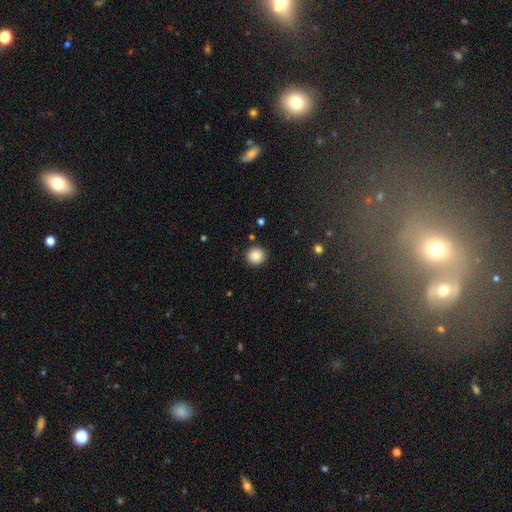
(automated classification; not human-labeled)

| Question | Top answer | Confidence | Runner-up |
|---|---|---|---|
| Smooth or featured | smooth | 88% | star or artifact (9%) |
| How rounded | round | 92% | in between (7%) |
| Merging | none | 91% | minor disturbance (6%) |